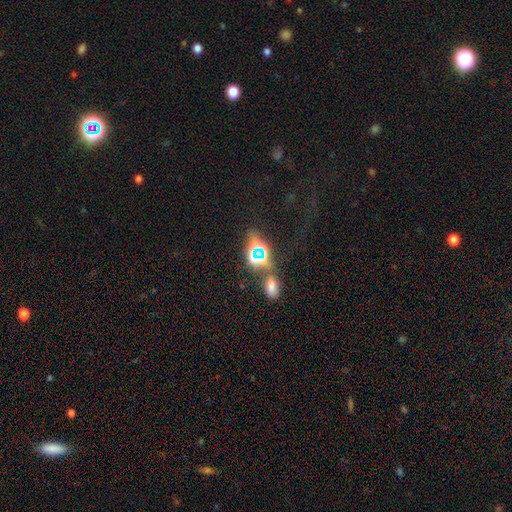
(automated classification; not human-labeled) This is likely a star or artifact rather than a galaxy (64%).